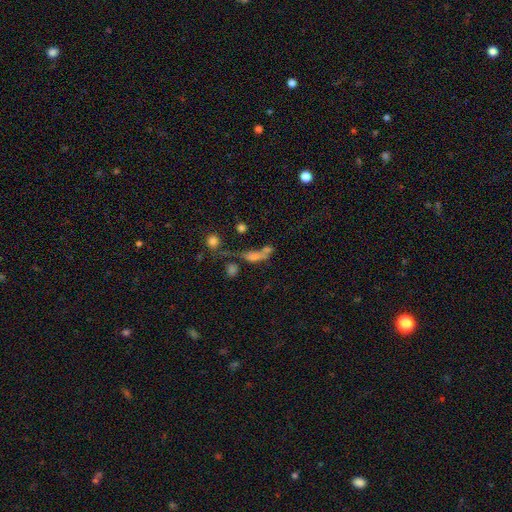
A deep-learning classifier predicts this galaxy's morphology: The model was most divided on "merging": merger: 39%, none: 28%, major disturbance: 20%, minor disturbance: 13%. More confident: smooth or featured — smooth (57%); how rounded — in between (52%).